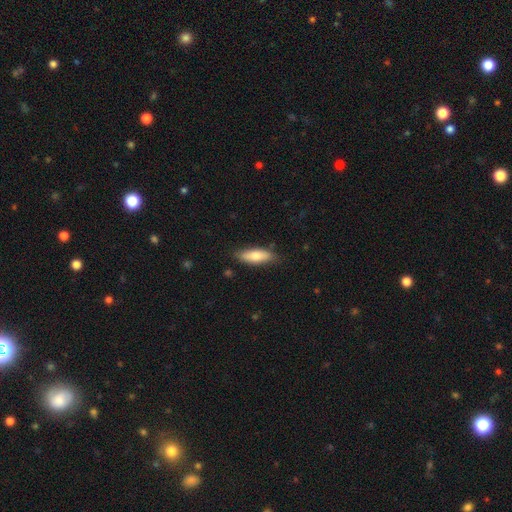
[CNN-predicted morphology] type=smooth (74%); roundness=in between (56%); merging=none (81%).